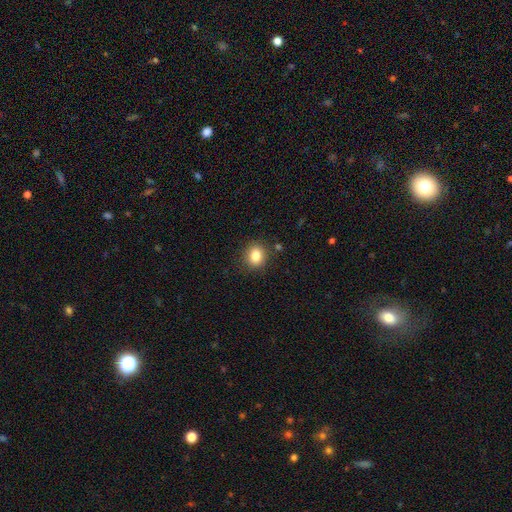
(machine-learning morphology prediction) A smooth galaxy with no disk features (83%) that is round (66%). Merging: none (87%).